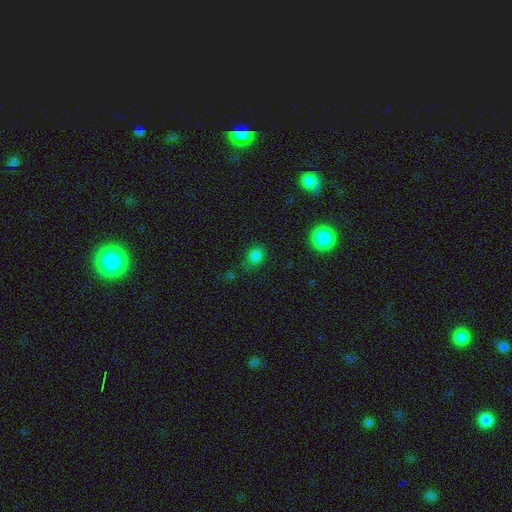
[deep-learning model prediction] This appears to be a smooth galaxy with no disk features (79%) that is round (67%). Merging: none (75%).